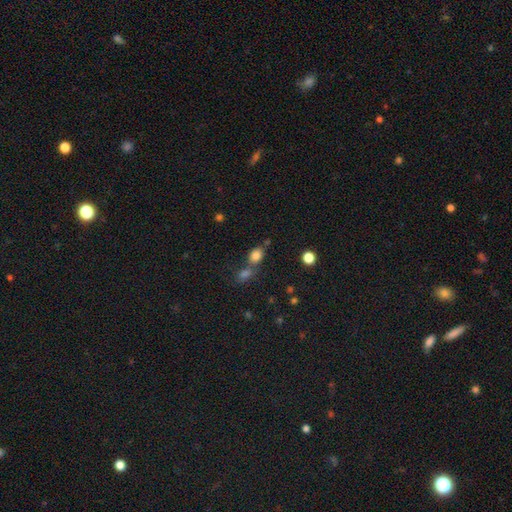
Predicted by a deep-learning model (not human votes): smooth-or-featured: smooth: 80% | star or artifact: 12% | featured or disk: 7%
  how-rounded: in between: 66% | round: 32% | cigar-shaped: 2%
  merging: none: 51% | merger: 33% | minor disturbance: 11% | major disturbance: 5%